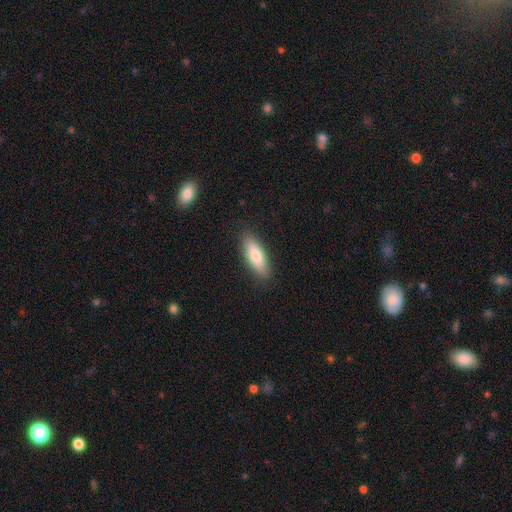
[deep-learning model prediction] Overall: smooth (77%). How rounded: in between (58%; cigar-shaped 40%). Merging: none (88%).